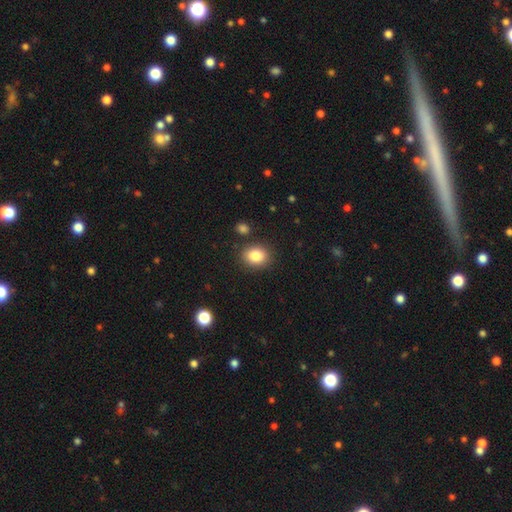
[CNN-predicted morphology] The model was most divided on "how rounded": round: 51%, in between: 48%, cigar-shaped: 1%. More confident: merging — none (85%); smooth or featured — smooth (85%).